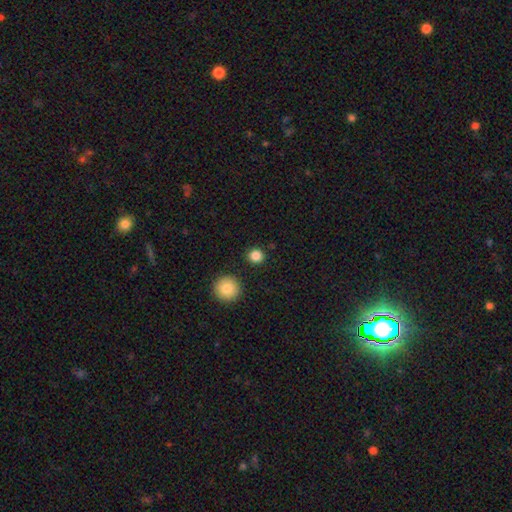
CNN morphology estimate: A smooth galaxy with no disk features (85%) that is round (92%). Merging: none (90%).